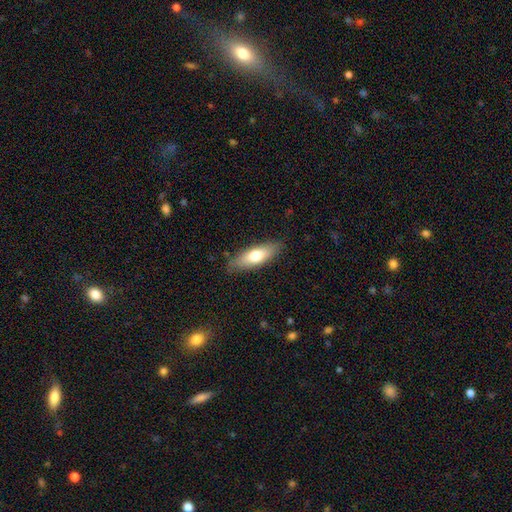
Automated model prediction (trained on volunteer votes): This is likely a smooth galaxy (67%). How rounded: possibly in between (57%). Merging: clearly none (84%).